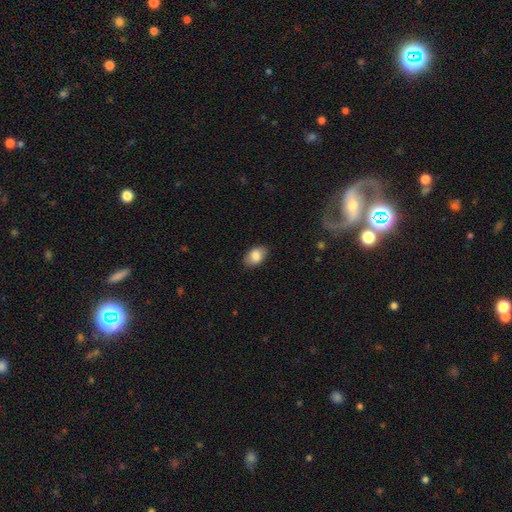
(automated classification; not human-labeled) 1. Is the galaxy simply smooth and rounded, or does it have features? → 82% smooth, 11% featured or disk, 7% star or artifact.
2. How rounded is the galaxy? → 89% in between, 10% round, 1% cigar-shaped.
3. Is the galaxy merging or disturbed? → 86% none, 11% minor disturbance, 2% major disturbance, 1% merger.